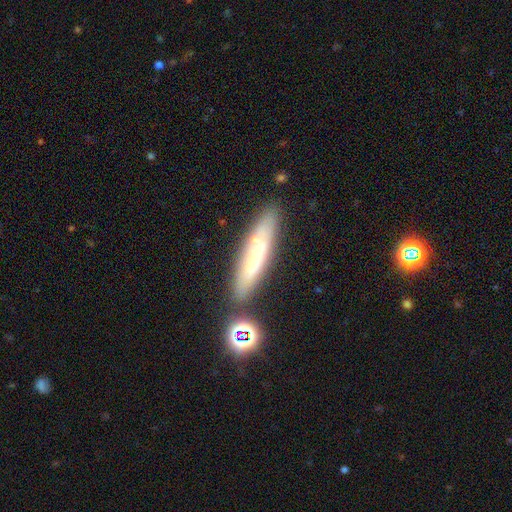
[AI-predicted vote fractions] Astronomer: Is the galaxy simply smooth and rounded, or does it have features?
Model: smooth — 53% (runner-up: featured or disk, 35%).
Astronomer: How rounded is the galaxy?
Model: cigar-shaped — 83%.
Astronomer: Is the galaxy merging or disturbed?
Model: none — 77%.